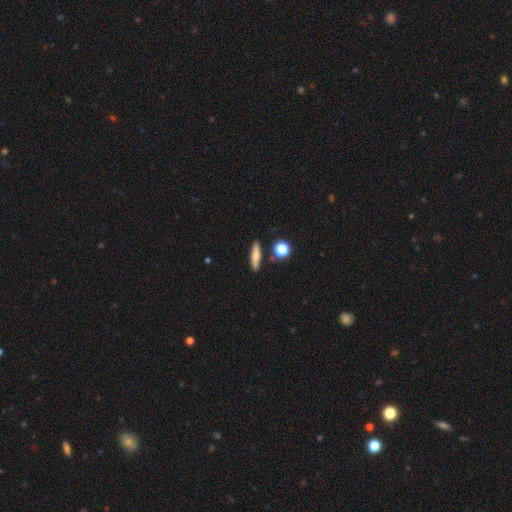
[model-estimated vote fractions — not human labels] A smooth galaxy with no disk features (66%) that is cigar-shaped (73%). Merging: none (85%).